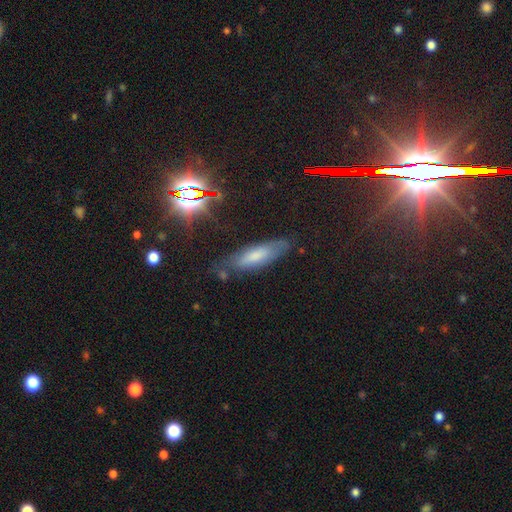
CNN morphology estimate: Overall: smooth (57%; featured or disk 26%). How rounded: cigar-shaped (50%; in between 47%). Merging: none (71%).